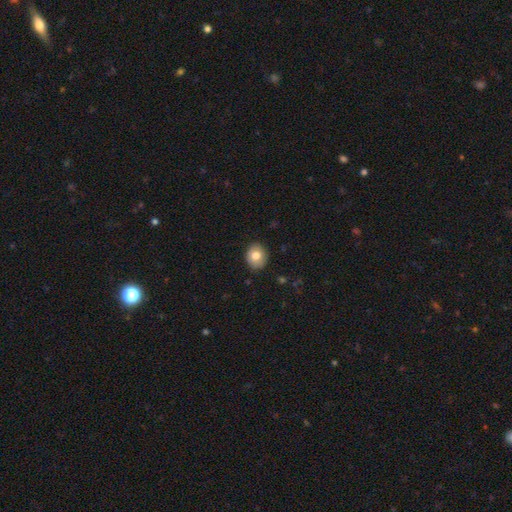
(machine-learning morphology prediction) Smooth or featured?
  - smooth: 79% *
  - featured or disk: 13%
  - star or artifact: 8%
How rounded?
  - round: 54% *
  - in between: 45%
  - cigar-shaped: 1%
Merging?
  - none: 86% *
  - minor disturbance: 10%
  - major disturbance: 2%
  - merger: 1%